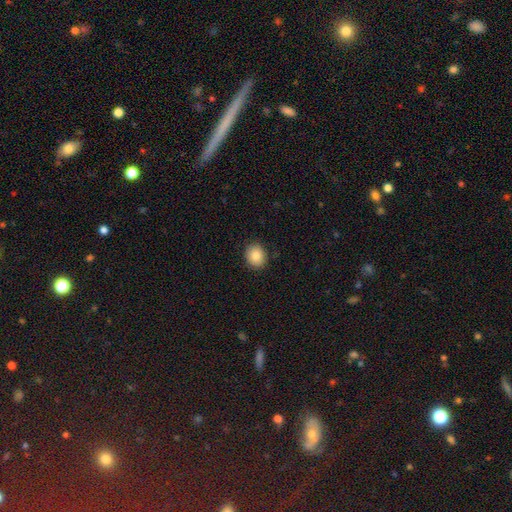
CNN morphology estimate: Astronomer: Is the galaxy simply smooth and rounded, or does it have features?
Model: smooth — 85%.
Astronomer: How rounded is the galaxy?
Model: round — 65%.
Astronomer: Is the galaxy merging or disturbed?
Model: none — 88%.